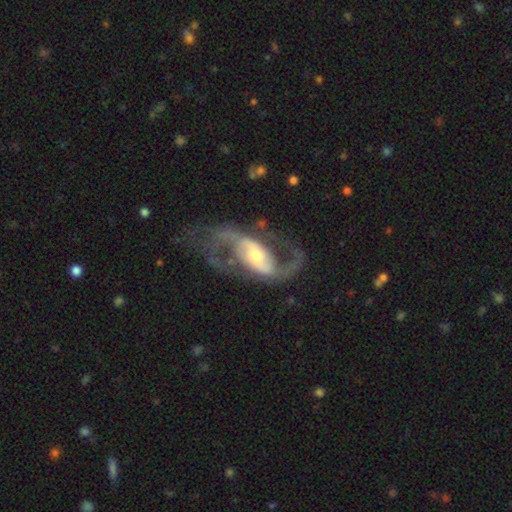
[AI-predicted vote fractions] smooth_or_featured: featured or disk (p=0.90) [alt: smooth p=0.06]
disk_edge_on: no (p=0.96) [alt: yes p=0.04]
bar: weak (p=0.38) [alt: strong p=0.33]
has_spiral_arms: yes (p=0.95) [alt: no p=0.05]
spiral_winding: loose (p=0.49) [alt: medium p=0.42]
spiral_arm_count: 2 (p=0.90) [alt: 1 p=0.03]
bulge_size: moderate (p=0.52) [alt: small p=0.37]
merging: none (p=0.63) [alt: major disturbance p=0.19]